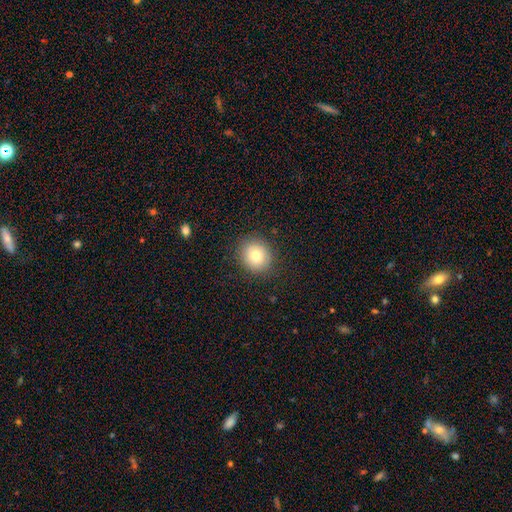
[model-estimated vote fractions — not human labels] Q: Smooth or featured?
A: smooth (78%); runner-up: featured or disk (12%)
Q: How rounded?
A: round (83%); runner-up: in between (16%)
Q: Merging?
A: none (88%); runner-up: minor disturbance (8%)